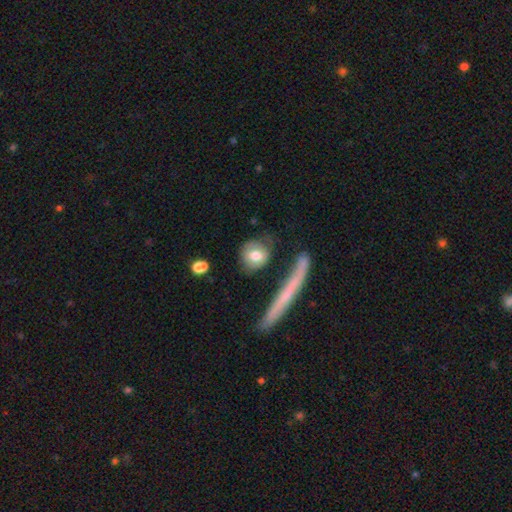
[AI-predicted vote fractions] A smooth galaxy with no disk features (70%) that is round (72%).

Vote fractions:
- Smooth or featured? smooth: 70% / featured or disk: 23% / star or artifact: 7%
- How rounded? round: 72% / in between: 23% / cigar-shaped: 5%
- Merging? none: 69% / minor disturbance: 17% / major disturbance: 7% / merger: 6%